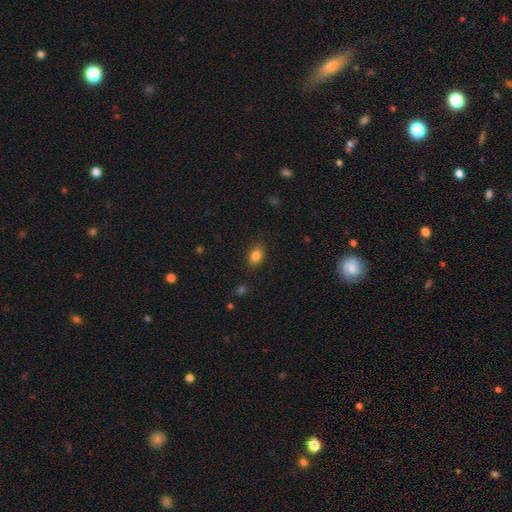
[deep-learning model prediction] smooth 84%, star or artifact 10%, featured or disk 5%. Down the decision tree: how rounded — in between (79%); merging — none (85%).